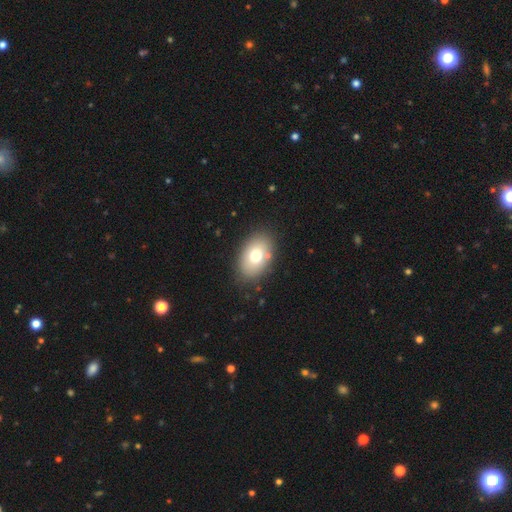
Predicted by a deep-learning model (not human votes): This appears to be a smooth galaxy with no disk features (73%) that is in between round and cigar-shaped (86%). Merging: none (84%).